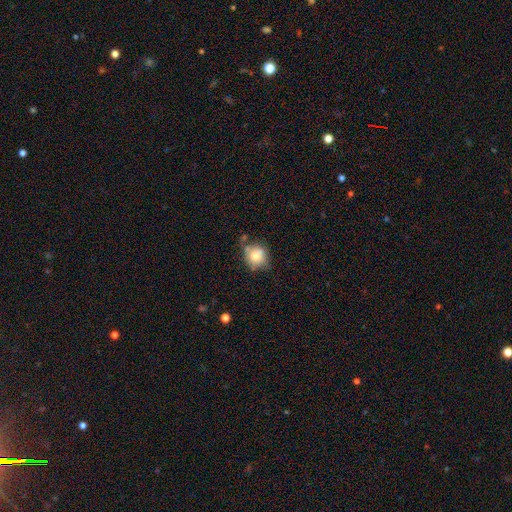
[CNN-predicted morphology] This appears to be a smooth galaxy with no disk features (72%) that is round (79%). Merging: none (56%).